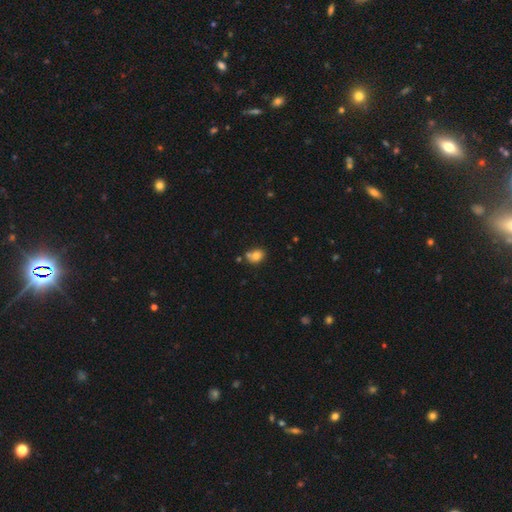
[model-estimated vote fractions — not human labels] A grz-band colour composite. It shows a smooth galaxy with no disk features (78%) that is in between round and cigar-shaped (51%). Merging: none (54%).